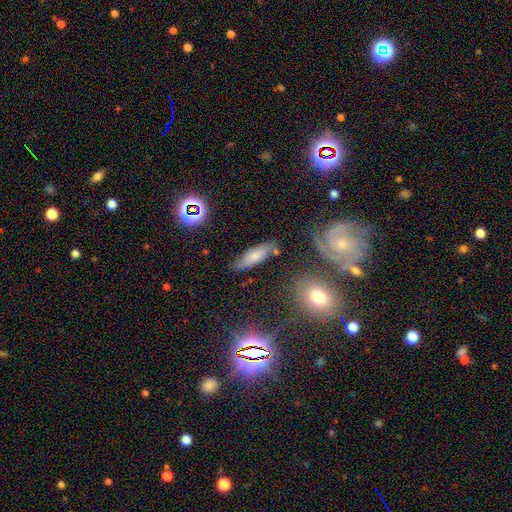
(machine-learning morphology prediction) A smooth galaxy with no disk features (60%) that is in between round and cigar-shaped (54%). Merging: none (75%).